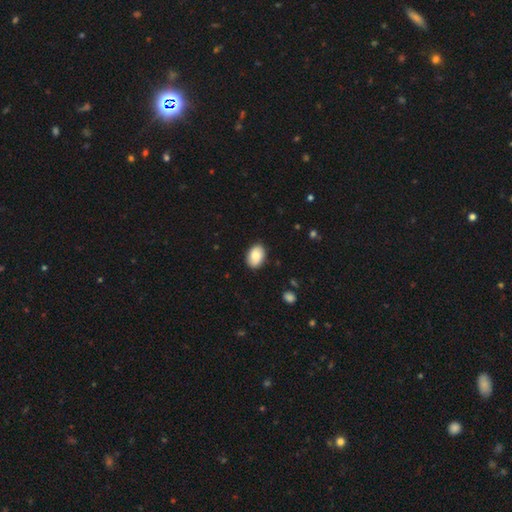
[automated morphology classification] type=smooth (86%); roundness=in between (85%); merging=none (88%).